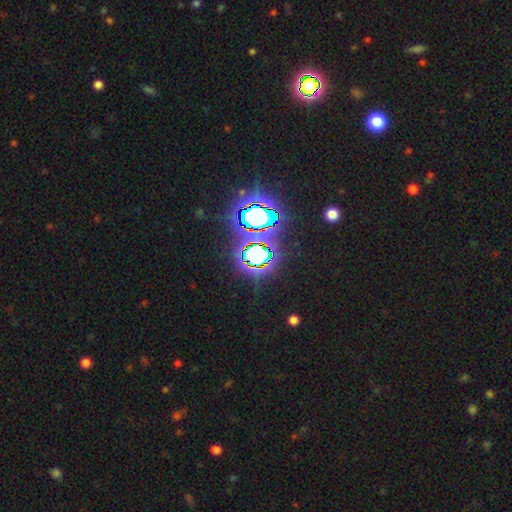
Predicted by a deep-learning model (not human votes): Overall: star or artifact (74%).